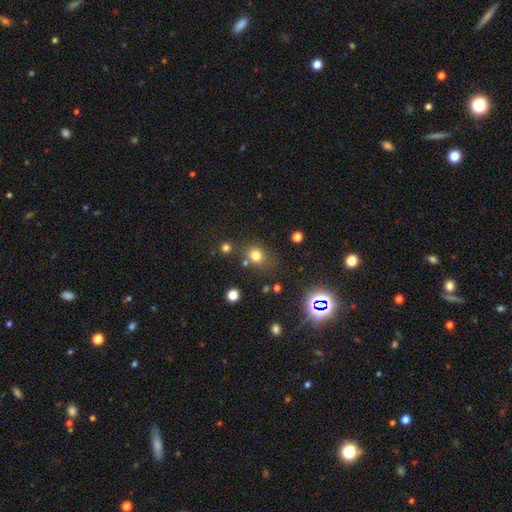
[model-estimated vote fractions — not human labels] Overall: smooth (75%). How rounded: round (70%). Merging: none (71%).